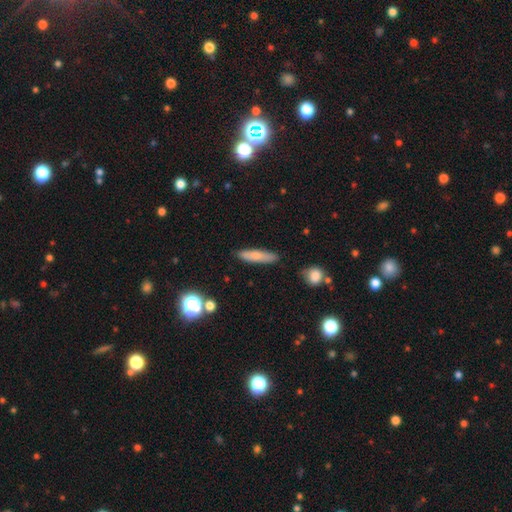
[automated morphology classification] Smooth or featured? smooth (70%)
How rounded? cigar-shaped (76%)
Merging? none (85%)